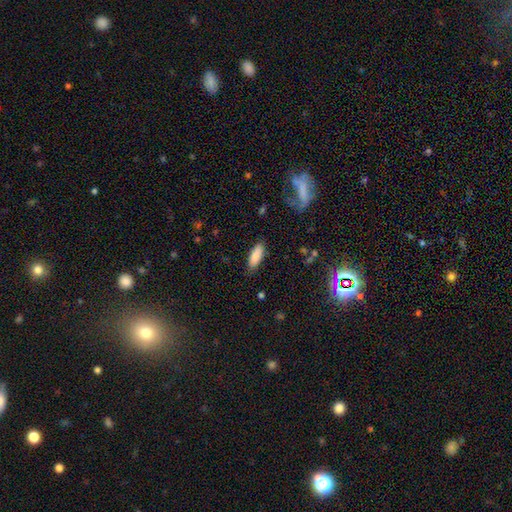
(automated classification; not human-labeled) This is clearly a smooth galaxy (86%). How rounded: likely in between (70%). Merging: clearly none (85%).